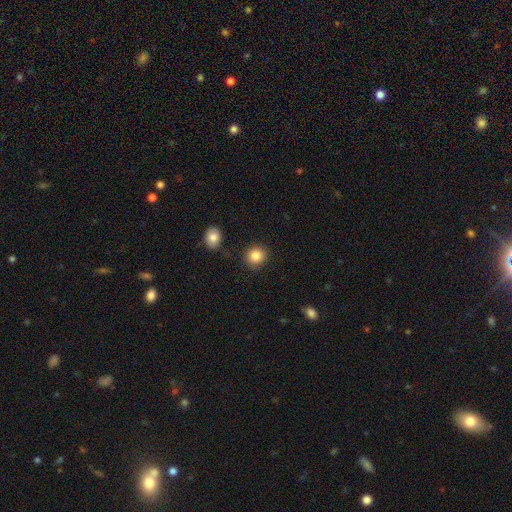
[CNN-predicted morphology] Smooth or featured? Predicted: smooth (p=0.85). How rounded? Predicted: round (p=0.86). Merging? Predicted: none (p=0.87).